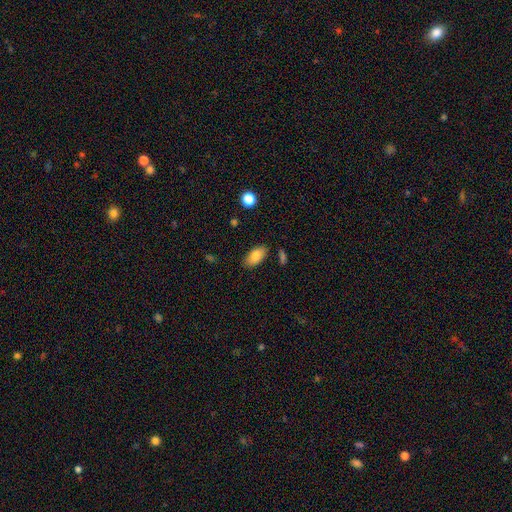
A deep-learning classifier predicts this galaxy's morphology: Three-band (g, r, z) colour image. It shows a smooth galaxy with no disk features (84%) that is in between round and cigar-shaped (93%). Merging: none (82%).